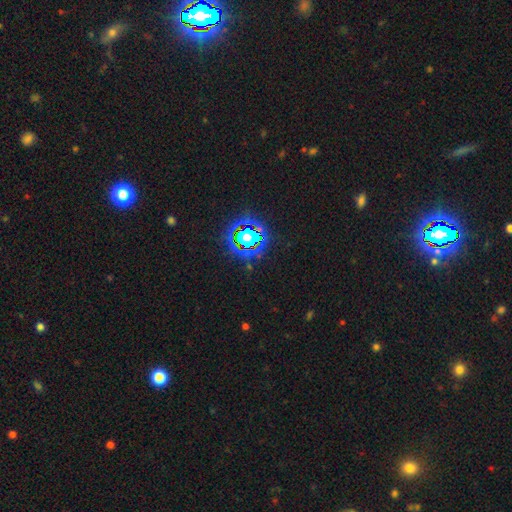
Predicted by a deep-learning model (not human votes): A star or artifact, not a galaxy (82%).

Vote fractions:
- Smooth or featured? star or artifact: 82% / smooth: 11% / featured or disk: 7%